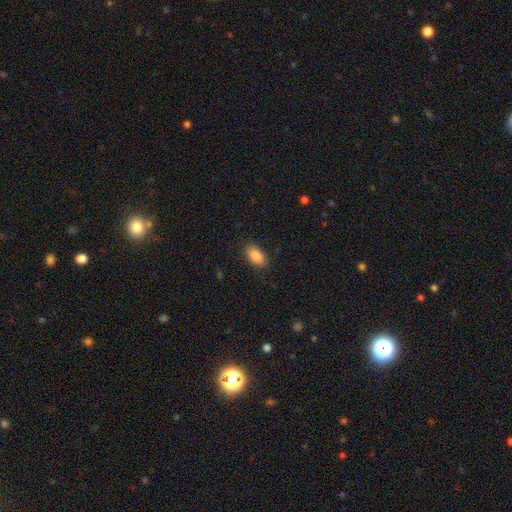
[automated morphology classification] Overall: smooth (87%). How rounded: in between (92%). Merging: none (86%).